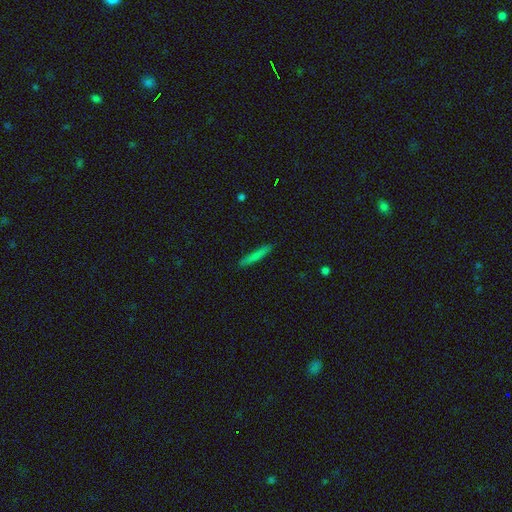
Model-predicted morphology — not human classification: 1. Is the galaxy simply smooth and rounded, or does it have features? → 76% smooth, 17% featured or disk, 7% star or artifact.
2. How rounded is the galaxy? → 94% cigar-shaped, 5% in between, 1% round.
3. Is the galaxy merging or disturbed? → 88% none, 9% minor disturbance, 2% major disturbance, 1% merger.